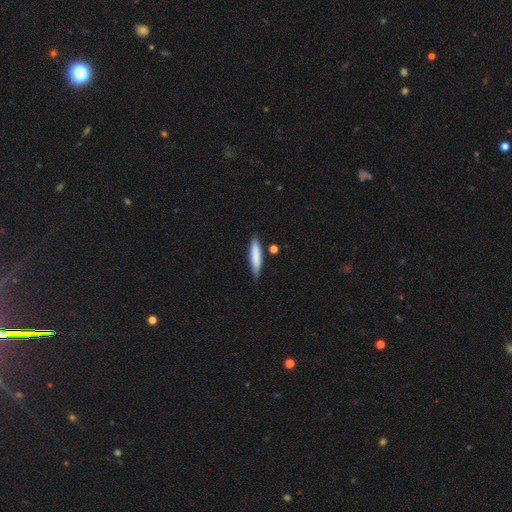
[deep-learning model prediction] Smooth or featured?
  - smooth: 76% *
  - featured or disk: 18%
  - star or artifact: 6%
How rounded?
  - cigar-shaped: 86% *
  - in between: 12%
  - round: 1%
Merging?
  - none: 80% *
  - minor disturbance: 14%
  - merger: 4%
  - major disturbance: 2%